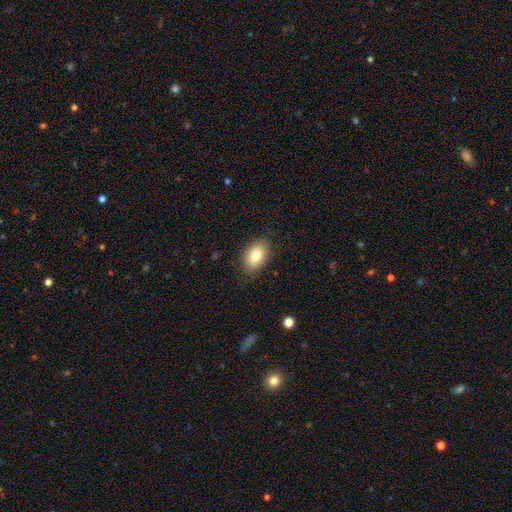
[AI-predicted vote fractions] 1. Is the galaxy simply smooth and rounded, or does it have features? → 81% smooth, 11% featured or disk, 8% star or artifact.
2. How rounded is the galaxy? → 87% in between, 12% round, 1% cigar-shaped.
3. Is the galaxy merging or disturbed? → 83% none, 13% minor disturbance, 3% major disturbance, 1% merger.